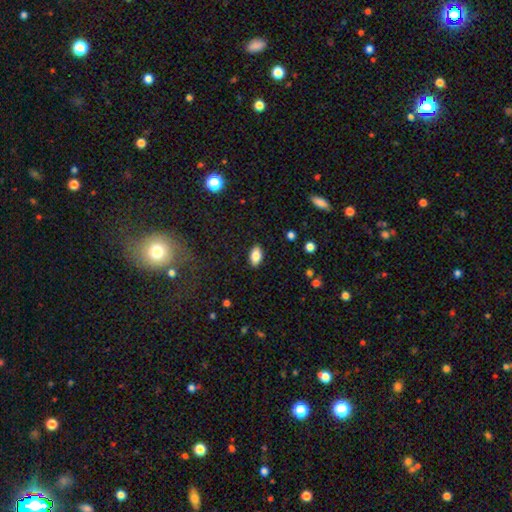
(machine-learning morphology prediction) A smooth galaxy with no disk features (83%) that is in between round and cigar-shaped (91%).

Vote fractions:
- Smooth or featured? smooth: 83% / featured or disk: 9% / star or artifact: 8%
- How rounded? in between: 91% / cigar-shaped: 4% / round: 4%
- Merging? none: 88% / minor disturbance: 9% / major disturbance: 2% / merger: 1%